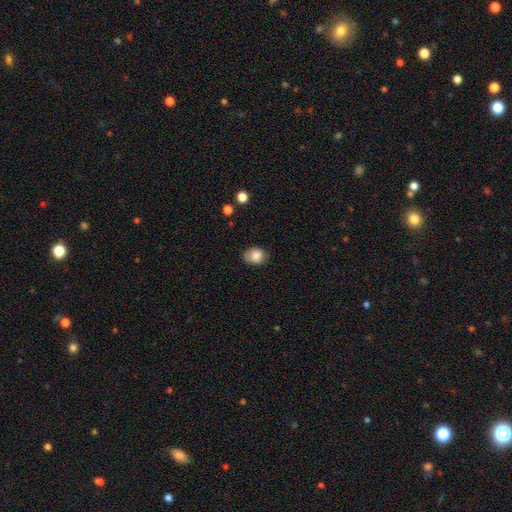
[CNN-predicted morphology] A smooth galaxy with no disk features (85%) that is in between round and cigar-shaped (61%).

Vote fractions:
- Smooth or featured? smooth: 85% / star or artifact: 8% / featured or disk: 7%
- How rounded? in between: 61% / round: 38% / cigar-shaped: 1%
- Merging? none: 76% / minor disturbance: 19% / major disturbance: 4% / merger: 1%